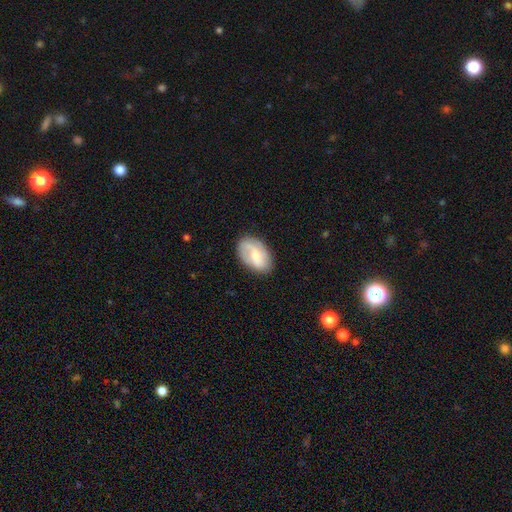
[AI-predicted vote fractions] Overall: smooth (48%; featured or disk 45%). Merging: none (76%).